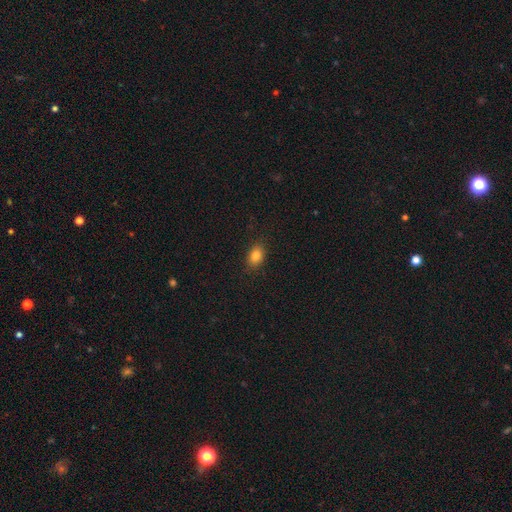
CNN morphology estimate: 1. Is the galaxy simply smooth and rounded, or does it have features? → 83% smooth, 10% star or artifact, 6% featured or disk.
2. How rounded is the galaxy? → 78% in between, 20% round, 2% cigar-shaped.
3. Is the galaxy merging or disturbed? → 88% none, 9% minor disturbance, 2% major disturbance, 1% merger.